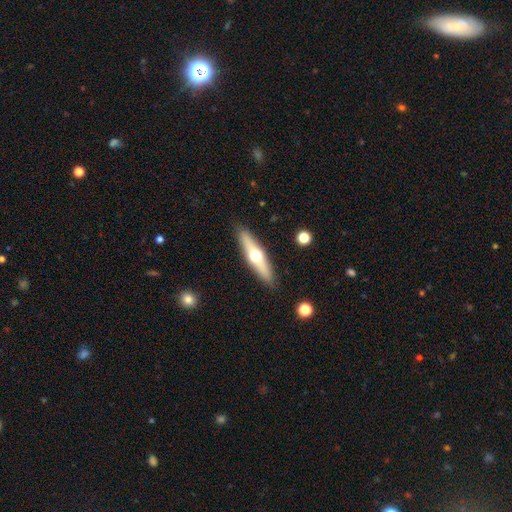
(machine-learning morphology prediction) A featured or disk galaxy (55%) viewed edge-on (91%). Merging: none (89%).